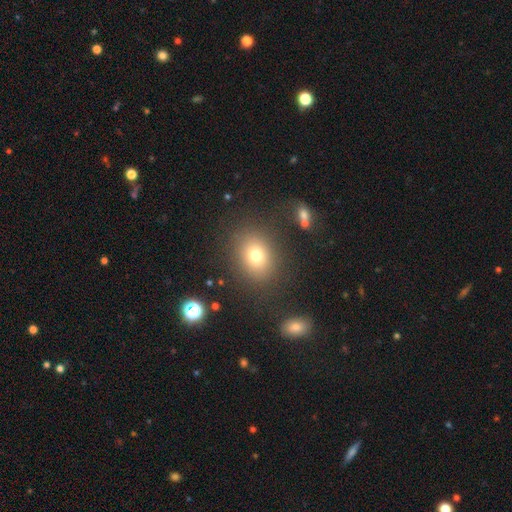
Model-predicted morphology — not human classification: This is likely a smooth galaxy (74%). How rounded: possibly round (54%). Merging: clearly none (83%).